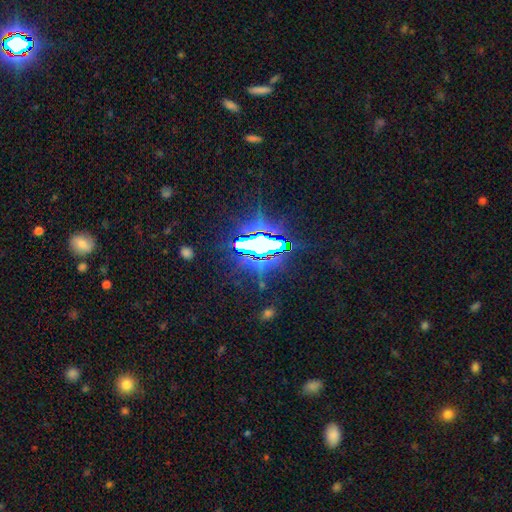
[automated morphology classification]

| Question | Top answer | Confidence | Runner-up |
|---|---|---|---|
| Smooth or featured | star or artifact | 75% | smooth (13%) |